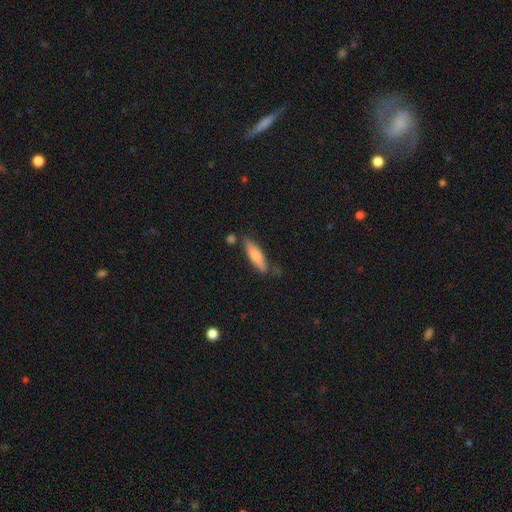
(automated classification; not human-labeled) This appears to be a smooth galaxy with no disk features (75%) that is cigar-shaped (68%). Merging: none (69%).